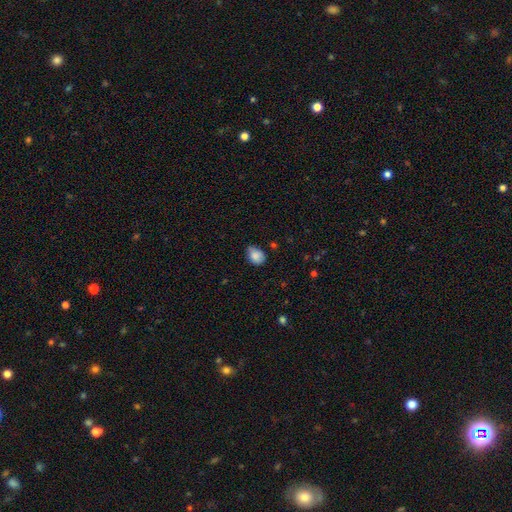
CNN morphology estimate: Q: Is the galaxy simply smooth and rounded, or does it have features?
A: smooth — 85%.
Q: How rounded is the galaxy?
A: in between — 63%.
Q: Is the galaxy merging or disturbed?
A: none — 53%.